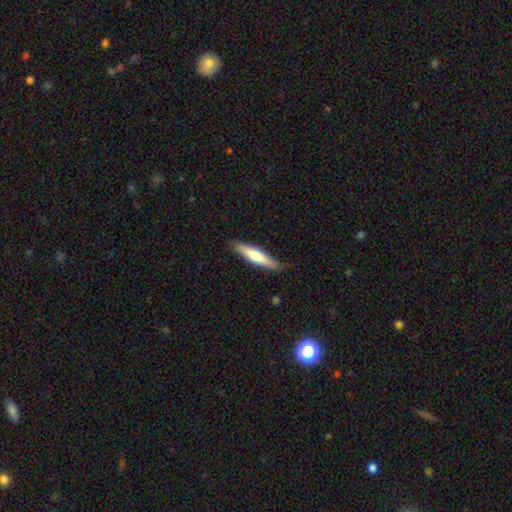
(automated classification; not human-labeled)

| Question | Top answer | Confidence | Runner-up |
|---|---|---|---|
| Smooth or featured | smooth | 65% | featured or disk (30%) |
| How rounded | cigar-shaped | 83% | in between (15%) |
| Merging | none | 83% | minor disturbance (14%) |